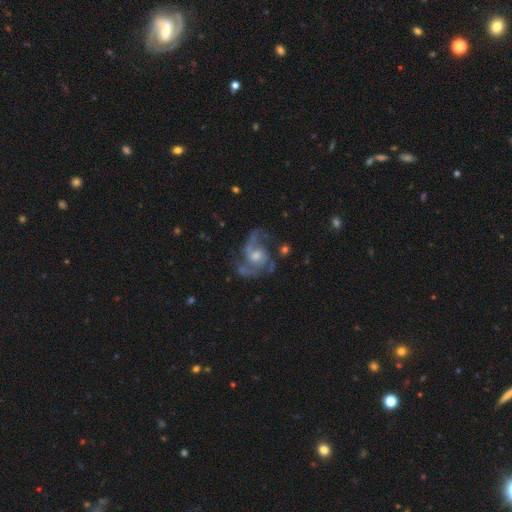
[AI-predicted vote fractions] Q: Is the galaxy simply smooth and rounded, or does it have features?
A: featured or disk — 85%.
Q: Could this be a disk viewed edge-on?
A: no — 98%.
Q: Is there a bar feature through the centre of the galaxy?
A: no — 62%.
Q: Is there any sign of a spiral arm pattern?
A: yes — 94%.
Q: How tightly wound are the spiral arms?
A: medium — 52%.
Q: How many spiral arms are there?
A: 2 — 62%.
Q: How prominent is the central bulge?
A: moderate — 53%.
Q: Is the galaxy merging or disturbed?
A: none — 56%.